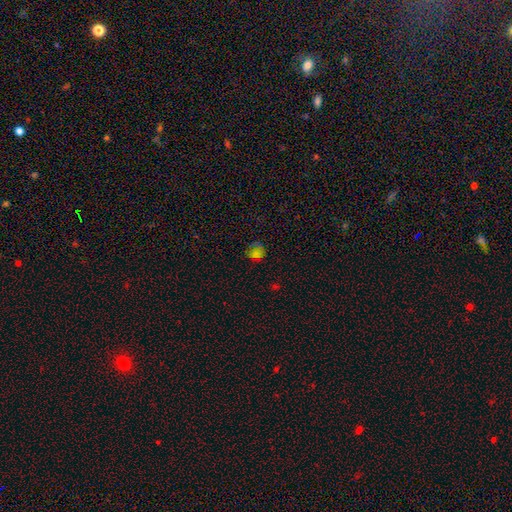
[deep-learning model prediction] Q: Smooth or featured?
A: smooth (56%); runner-up: star or artifact (30%)
Q: How rounded?
A: round (74%); runner-up: in between (25%)
Q: Merging?
A: none (65%); runner-up: minor disturbance (21%)